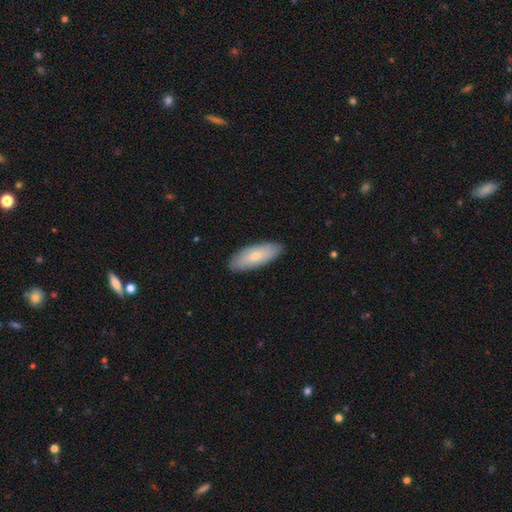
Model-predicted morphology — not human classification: Overall: smooth (67%). How rounded: in between (73%). Merging: none (88%).